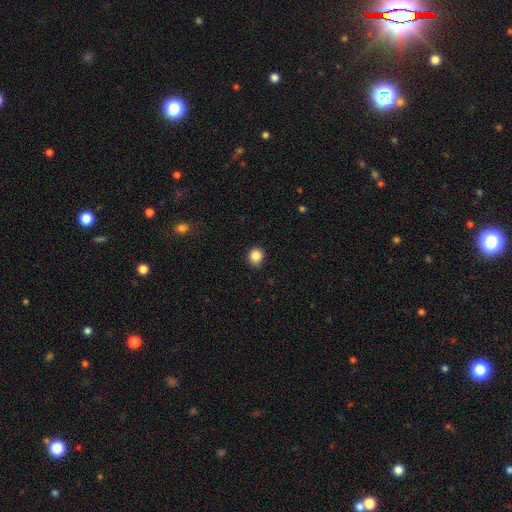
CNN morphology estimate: Smooth or featured?
  - smooth: 86% *
  - star or artifact: 10%
  - featured or disk: 4%
How rounded?
  - round: 84% *
  - in between: 15%
  - cigar-shaped: 1%
Merging?
  - none: 90% *
  - minor disturbance: 8%
  - major disturbance: 2%
  - merger: 1%